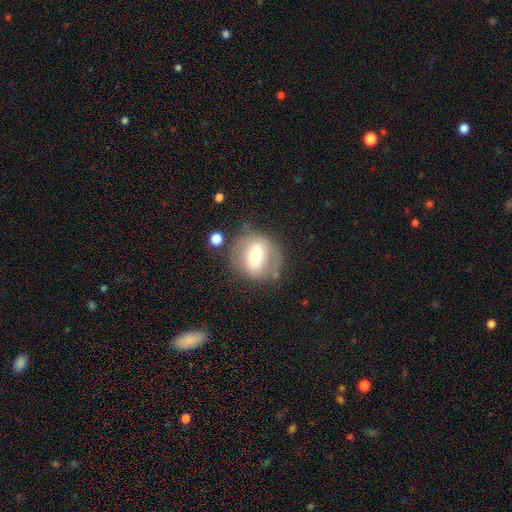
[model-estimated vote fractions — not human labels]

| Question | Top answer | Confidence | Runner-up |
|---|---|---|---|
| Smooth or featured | smooth | 50% | featured or disk (42%) |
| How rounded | round | 78% | in between (21%) |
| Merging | none | 66% | minor disturbance (18%) |